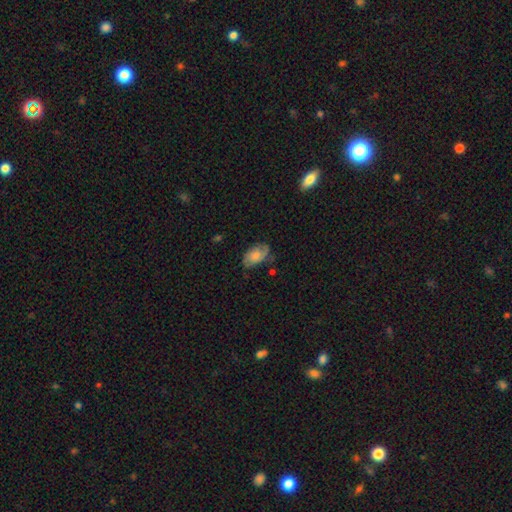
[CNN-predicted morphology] This appears to be a smooth galaxy with no disk features (52%) that is in between round and cigar-shaped (91%). Merging: none (64%).